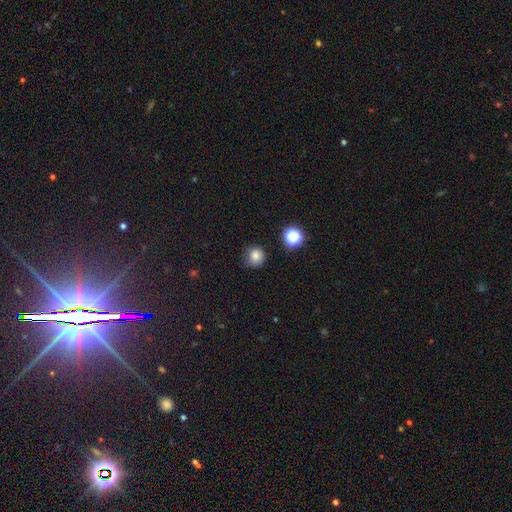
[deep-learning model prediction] A smooth galaxy with no disk features (80%) that is round (92%).

Vote fractions:
- Smooth or featured? smooth: 80% / star or artifact: 14% / featured or disk: 6%
- How rounded? round: 92% / in between: 8% / cigar-shaped: 1%
- Merging? none: 78% / minor disturbance: 16% / major disturbance: 4% / merger: 2%